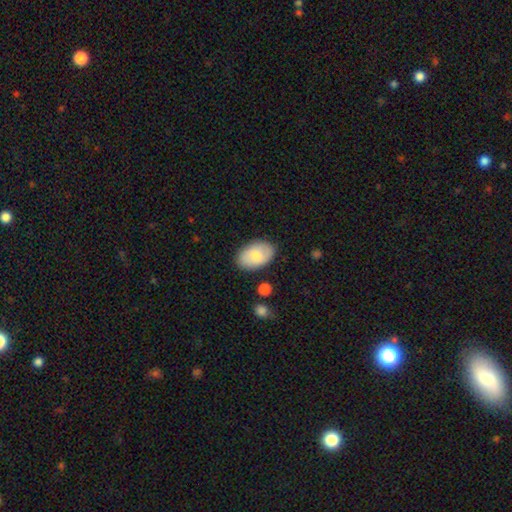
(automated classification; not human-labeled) smooth-or-featured: smooth: 75% | featured or disk: 20% | star or artifact: 6%
  how-rounded: in between: 92% | round: 7% | cigar-shaped: 1%
  merging: none: 85% | minor disturbance: 11% | major disturbance: 2% | merger: 2%